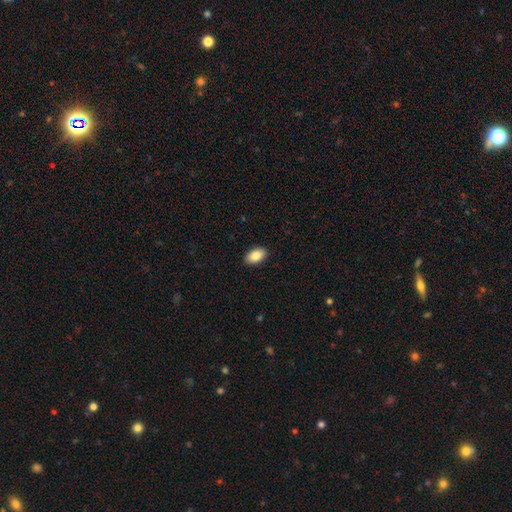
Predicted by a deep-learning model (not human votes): Q: Smooth or featured?
A: smooth (86%); runner-up: star or artifact (7%)
Q: How rounded?
A: in between (92%); runner-up: round (7%)
Q: Merging?
A: none (91%); runner-up: minor disturbance (7%)